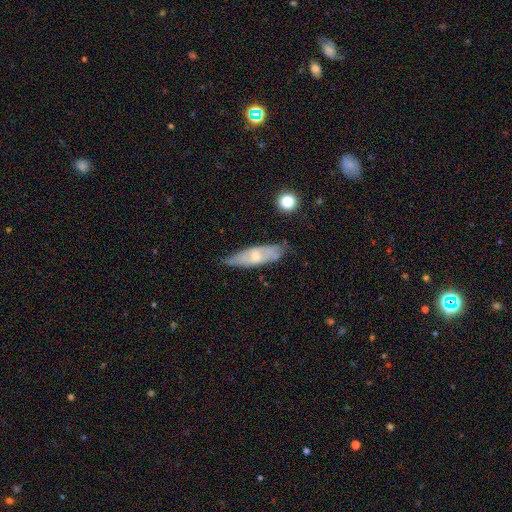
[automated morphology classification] smooth-or-featured: featured or disk: 50% | smooth: 43% | star or artifact: 7%
  disk-edge-on: no: 57% | yes: 43%
  merging: none: 69% | minor disturbance: 24% | major disturbance: 5% | merger: 2%